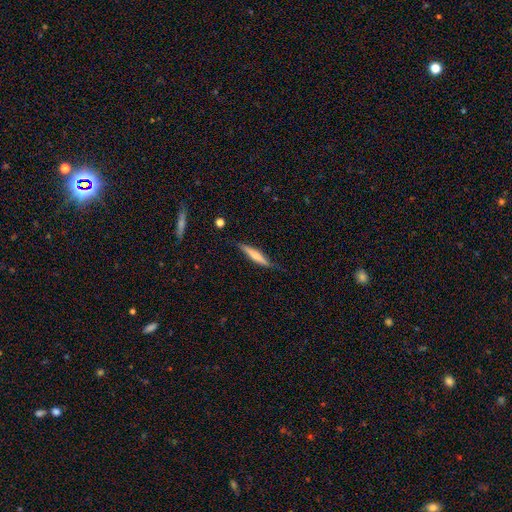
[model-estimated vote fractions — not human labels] Smooth or featured? smooth (58%)
How rounded? cigar-shaped (90%)
Merging? none (80%)